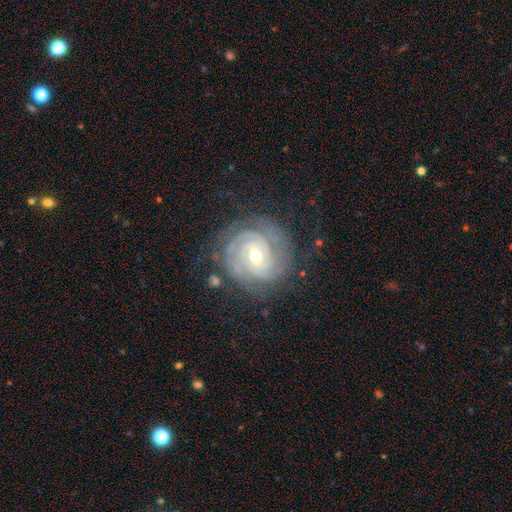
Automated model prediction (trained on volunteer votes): featured or disk 87%, star or artifact 7%, smooth 6%. Down the decision tree: edge-on disk — no (97%); bar — no (42%); spiral arms — yes (98%); spiral arm count — 3 (26%); spiral winding — tight (84%); bulge size — moderate (52%); merging — none (79%).